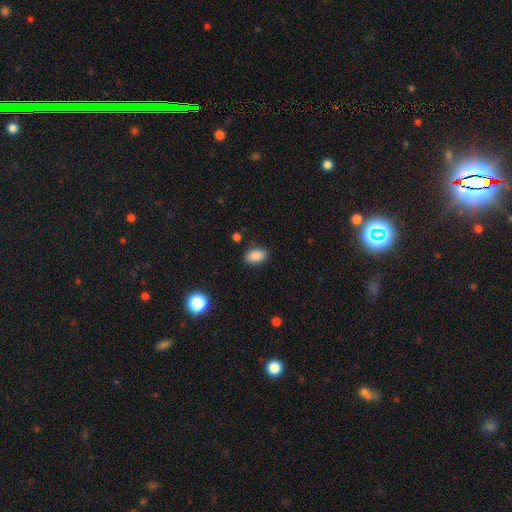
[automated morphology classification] This is clearly a smooth galaxy (87%). How rounded: clearly in between (89%). Merging: clearly none (84%).